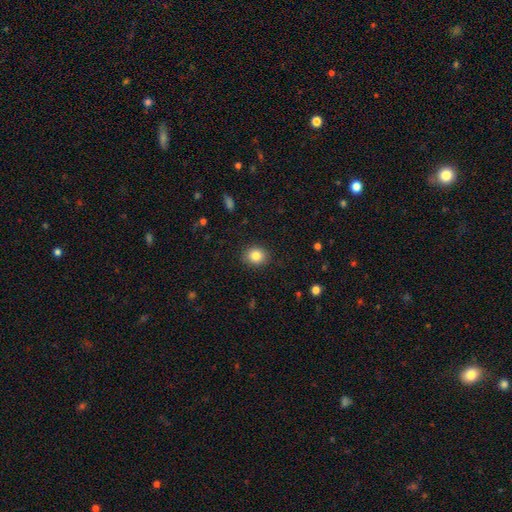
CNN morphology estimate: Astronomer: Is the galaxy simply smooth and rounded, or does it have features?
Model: smooth — 84%.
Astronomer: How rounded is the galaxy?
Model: round — 68%.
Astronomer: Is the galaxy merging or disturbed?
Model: none — 89%.